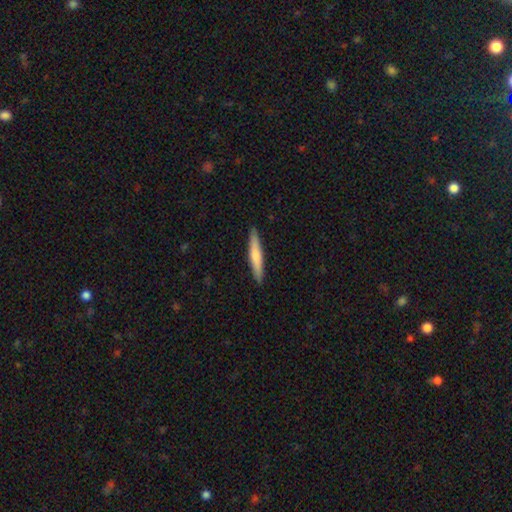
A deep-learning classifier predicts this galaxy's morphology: type=smooth (62%); roundness=cigar-shaped (93%); merging=none (91%).